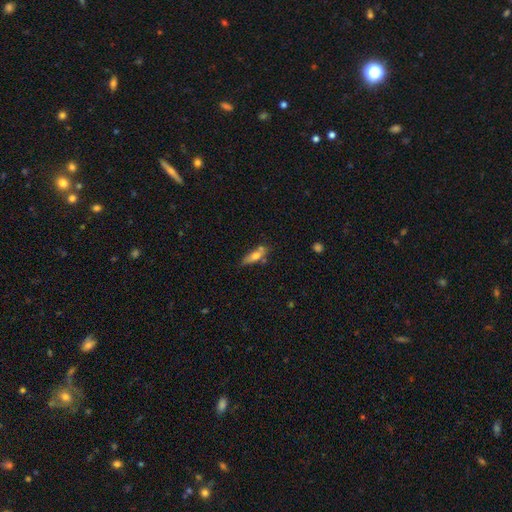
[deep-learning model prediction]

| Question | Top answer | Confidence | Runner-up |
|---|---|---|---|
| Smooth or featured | smooth | 61% | featured or disk (32%) |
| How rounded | in between | 50% | cigar-shaped (47%) |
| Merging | none | 56% | minor disturbance (22%) |